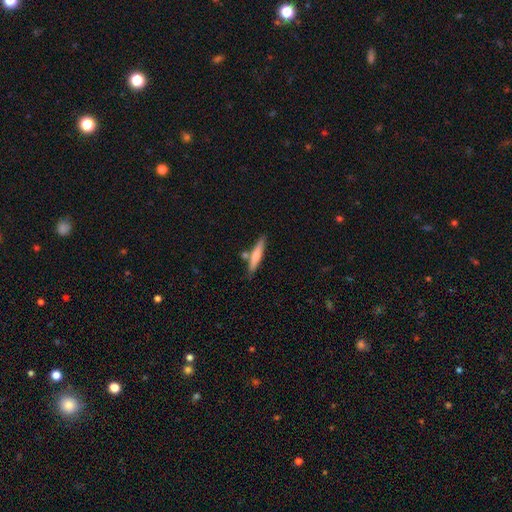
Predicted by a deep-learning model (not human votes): smooth_or_featured: smooth (p=0.68) [alt: featured or disk p=0.27]
how_rounded: cigar-shaped (p=0.89) [alt: in between p=0.09]
merging: none (p=0.75) [alt: minor disturbance p=0.12]